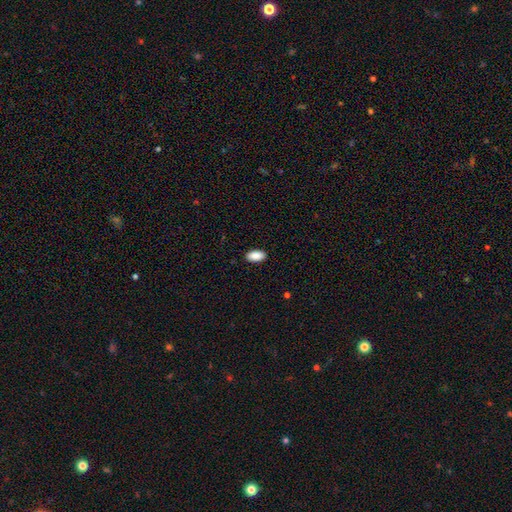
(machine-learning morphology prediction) Q: Smooth or featured?
A: smooth (90%); runner-up: star or artifact (6%)
Q: How rounded?
A: in between (92%); runner-up: cigar-shaped (6%)
Q: Merging?
A: none (90%); runner-up: minor disturbance (8%)